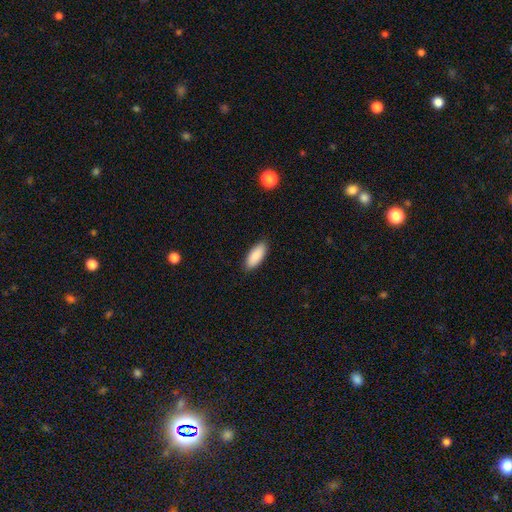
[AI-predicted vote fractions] A smooth galaxy with no disk features (90%) that is in between round and cigar-shaped (83%).

Vote fractions:
- Smooth or featured? smooth: 90% / star or artifact: 6% / featured or disk: 5%
- How rounded? in between: 83% / cigar-shaped: 15% / round: 2%
- Merging? none: 89% / minor disturbance: 9% / major disturbance: 2% / merger: 1%